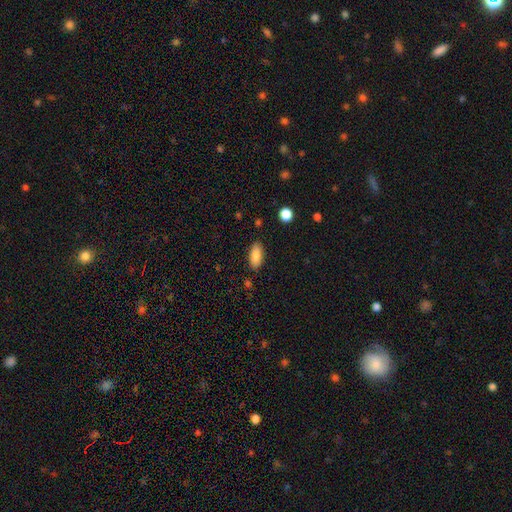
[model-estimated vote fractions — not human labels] A smooth galaxy with no disk features (85%) that is in between round and cigar-shaped (87%). Merging: none (85%).